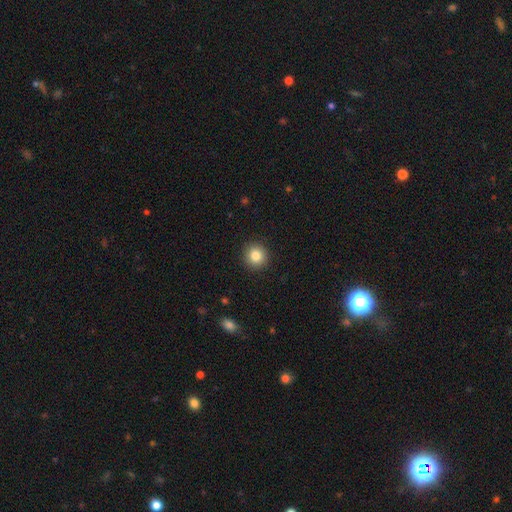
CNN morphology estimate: Smooth or featured? Predicted: smooth (p=0.84). How rounded? Predicted: round (p=0.93). Merging? Predicted: none (p=0.92).